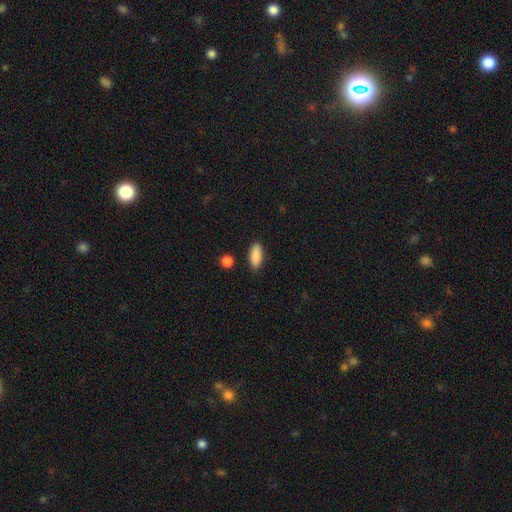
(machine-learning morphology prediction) A smooth galaxy with no disk features (89%) that is in between round and cigar-shaped (81%).

Vote fractions:
- Smooth or featured? smooth: 89% / star or artifact: 6% / featured or disk: 5%
- How rounded? in between: 81% / cigar-shaped: 17% / round: 3%
- Merging? none: 87% / minor disturbance: 9% / merger: 2% / major disturbance: 2%